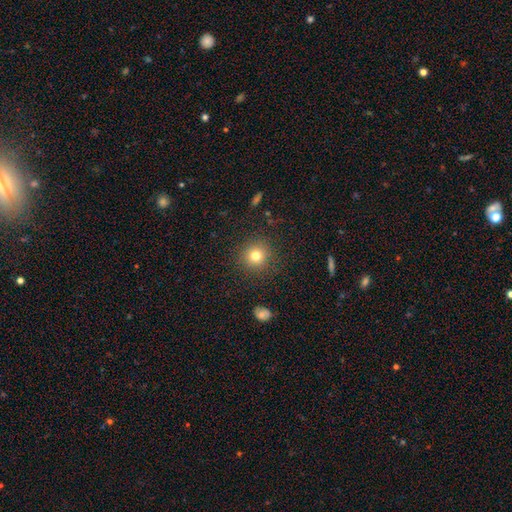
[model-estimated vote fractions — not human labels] This appears to be a smooth galaxy with no disk features (78%) that is round (94%). Merging: none (90%).